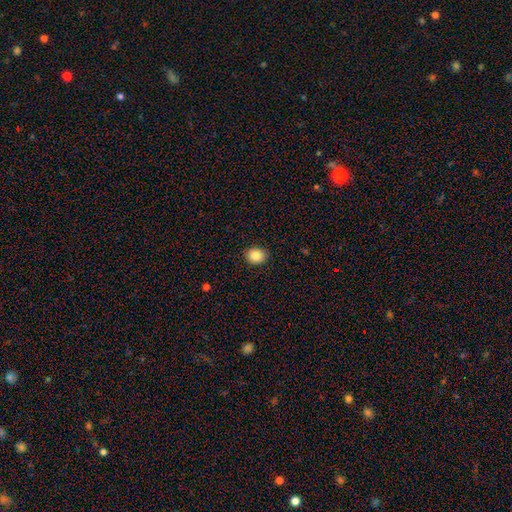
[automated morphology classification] Smooth or featured? Predicted: smooth (p=0.87). How rounded? Predicted: round (p=0.57). Merging? Predicted: none (p=0.90).